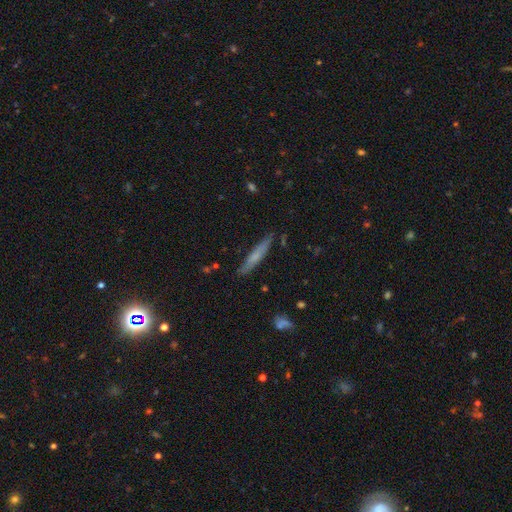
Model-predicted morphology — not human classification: smooth-or-featured: smooth: 57% | featured or disk: 37% | star or artifact: 7%
  how-rounded: cigar-shaped: 94% | in between: 5% | round: 2%
  merging: none: 85% | minor disturbance: 11% | major disturbance: 2% | merger: 2%